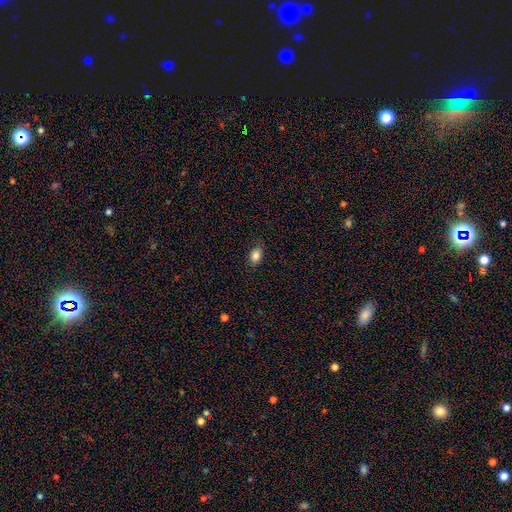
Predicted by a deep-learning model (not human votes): This is clearly a smooth galaxy (85%). How rounded: clearly in between (82%). Merging: clearly none (83%).